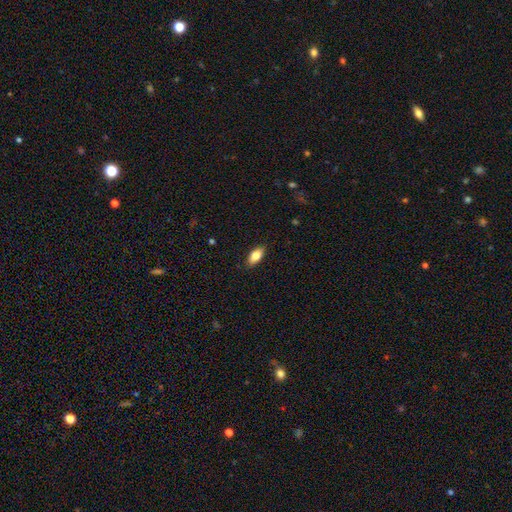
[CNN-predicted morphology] type=smooth (82%); roundness=in between (89%); merging=none (87%).